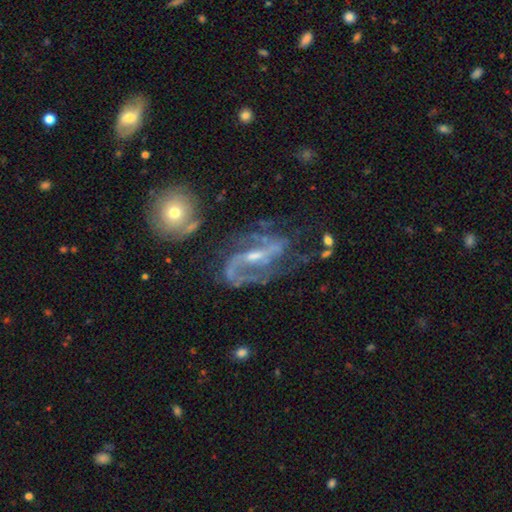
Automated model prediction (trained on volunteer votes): Q: Smooth or featured?
A: featured or disk (88%); runner-up: star or artifact (7%)
Q: Edge-on disk?
A: no (95%); runner-up: yes (5%)
Q: Bar?
A: strong (42%); runner-up: weak (40%)
Q: Spiral arms?
A: yes (94%); runner-up: no (6%)
Q: Spiral winding?
A: medium (48%); runner-up: loose (36%)
Q: Spiral arm count?
A: 2 (80%); runner-up: can't tell (7%)
Q: Bulge size?
A: small (51%); runner-up: moderate (41%)
Q: Merging?
A: none (52%); runner-up: major disturbance (21%)